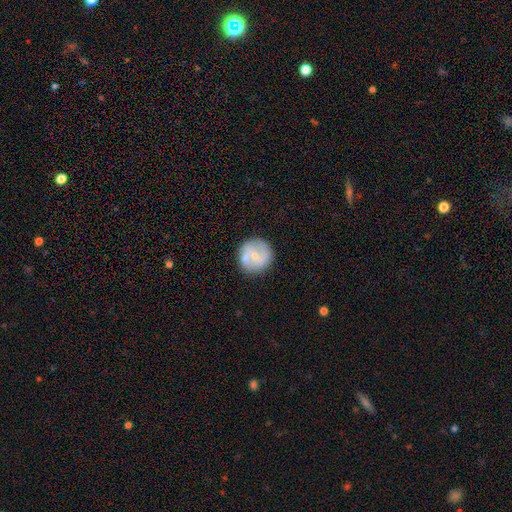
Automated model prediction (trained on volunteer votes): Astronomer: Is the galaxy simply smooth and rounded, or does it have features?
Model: featured or disk — 51% (runner-up: smooth, 43%).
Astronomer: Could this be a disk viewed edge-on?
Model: no — 97%.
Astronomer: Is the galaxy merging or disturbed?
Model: none — 69%.